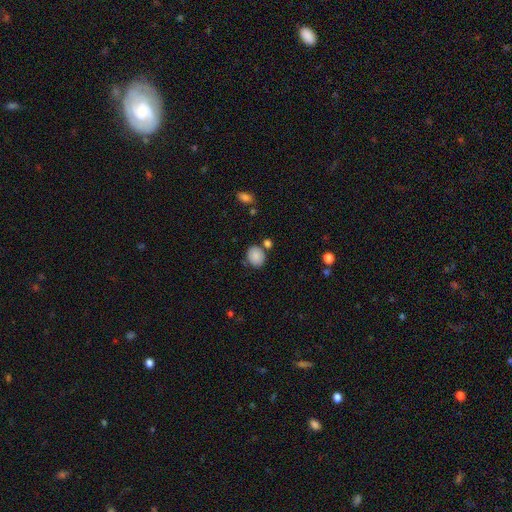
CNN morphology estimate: Q: Smooth or featured?
A: smooth (86%); runner-up: star or artifact (8%)
Q: How rounded?
A: round (61%); runner-up: in between (38%)
Q: Merging?
A: none (72%); runner-up: minor disturbance (13%)